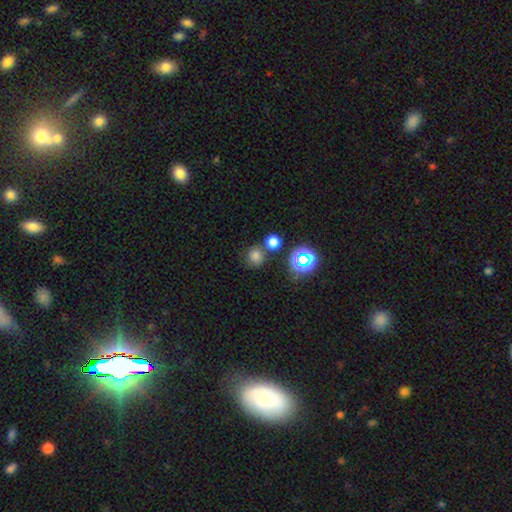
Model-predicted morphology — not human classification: Smooth or featured? Predicted: smooth (p=0.71). How rounded? Predicted: round (p=0.87). Merging? Predicted: none (p=0.64).